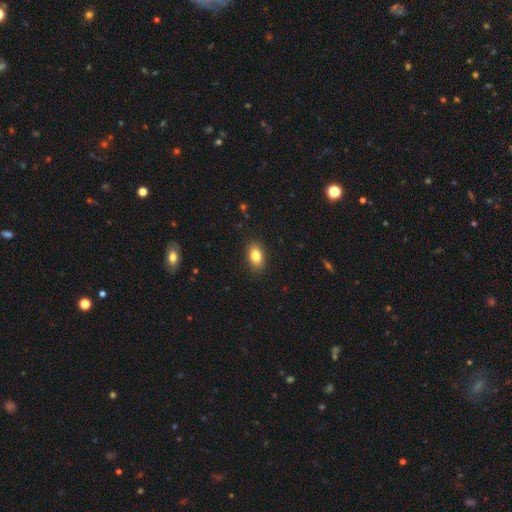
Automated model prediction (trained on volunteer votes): The model was most divided on "smooth or featured": smooth: 82%, featured or disk: 9%, star or artifact: 9%. More confident: merging — none (89%); how rounded — in between (86%).